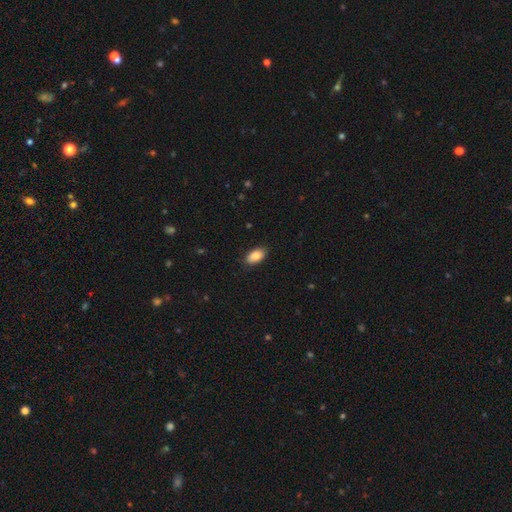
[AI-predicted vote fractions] Morphology: type=smooth (83%); roundness=in between (93%); merging=none (87%).